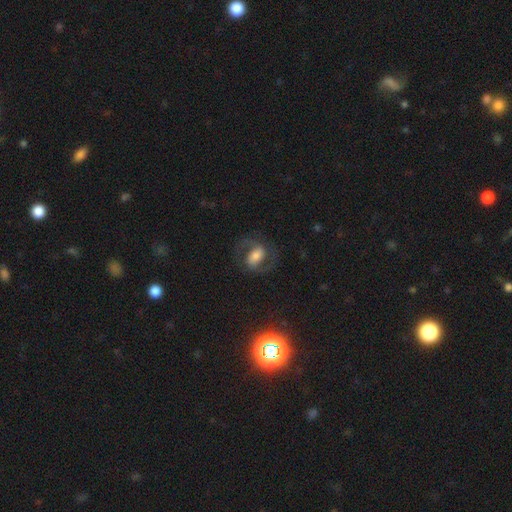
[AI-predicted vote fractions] Overall: featured or disk (67%). Edge-on disk: no (97%). Bar: weak (39%; strong 36%). Spiral arms: yes (90%). Spiral arm count: 2 (91%). Spiral winding: medium (59%; loose 24%). Bulge size: moderate (39%; large 34%). Merging: none (74%).